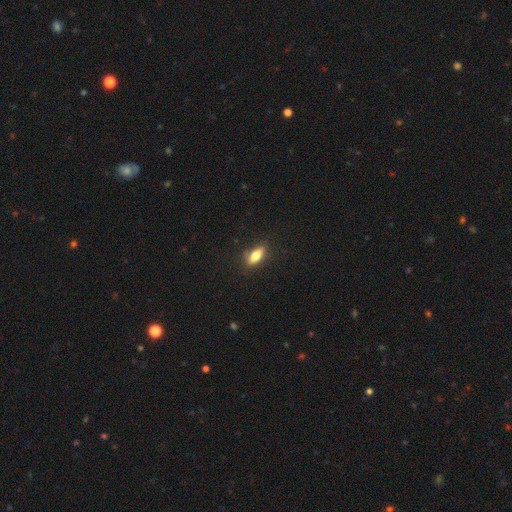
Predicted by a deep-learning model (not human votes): The model was most divided on "how rounded": in between: 72%, cigar-shaped: 24%, round: 3%. More confident: merging — none (84%); smooth or featured — smooth (74%).